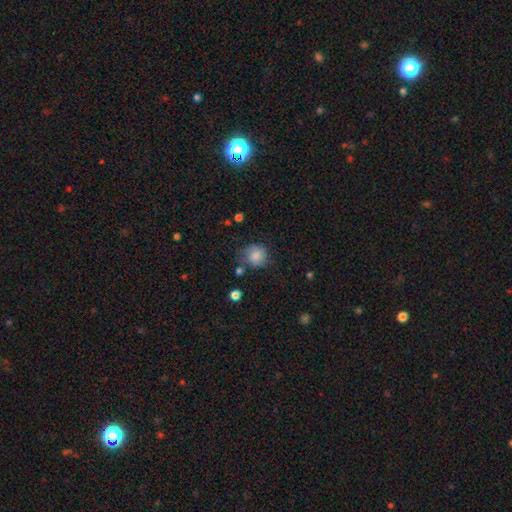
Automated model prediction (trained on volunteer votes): Overall: smooth (79%). How rounded: round (84%). Merging: none (63%; minor disturbance 23%).